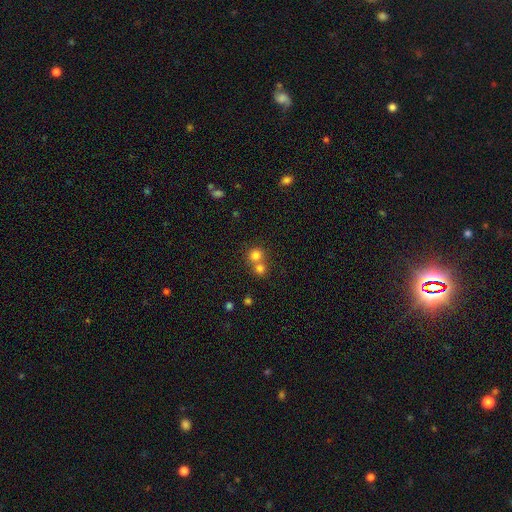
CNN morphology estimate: smooth-or-featured: smooth: 78% | star or artifact: 13% | featured or disk: 9%
  how-rounded: round: 88% | in between: 11% | cigar-shaped: 1%
  merging: merger: 49% | none: 43% | minor disturbance: 5% | major disturbance: 2%